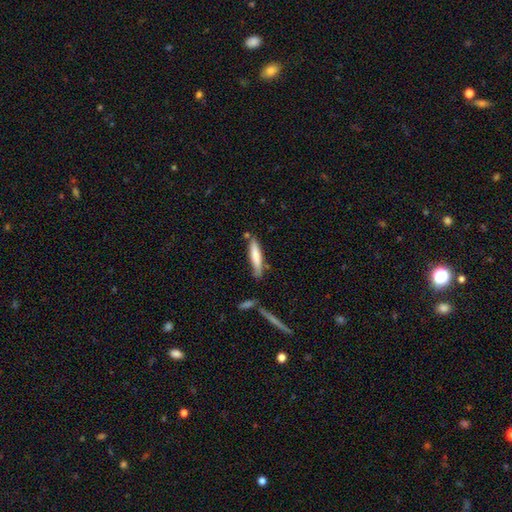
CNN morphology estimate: This is likely a smooth galaxy (73%). How rounded: clearly cigar-shaped (84%). Merging: likely none (69%).